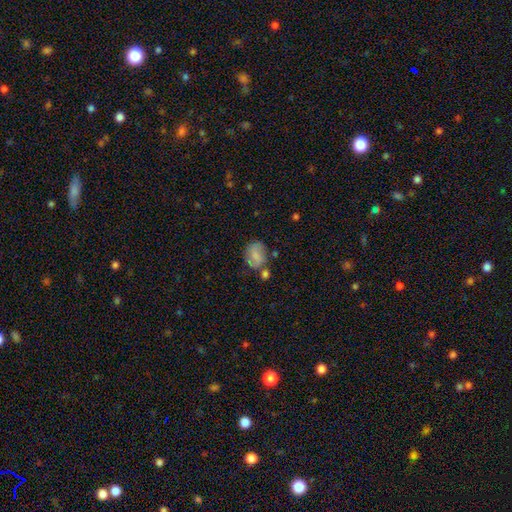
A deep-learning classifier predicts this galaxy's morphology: smooth 59%, featured or disk 32%, star or artifact 9%. Down the decision tree: how rounded — in between (60%); merging — none (58%).